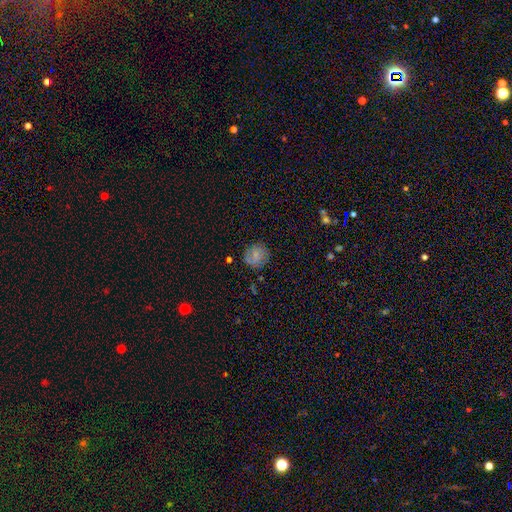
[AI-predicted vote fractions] smooth_or_featured: smooth (p=0.70) [alt: featured or disk p=0.20]
how_rounded: round (p=0.86) [alt: in between p=0.13]
merging: none (p=0.80) [alt: minor disturbance p=0.14]